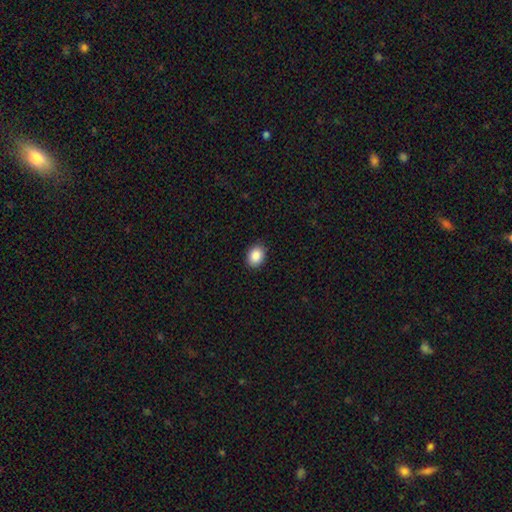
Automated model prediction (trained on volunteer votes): This appears to be a smooth galaxy with no disk features (89%) that is in between round and cigar-shaped (59%). Merging: none (89%).